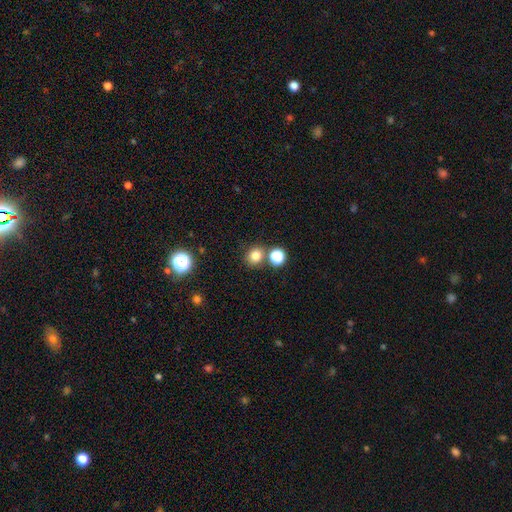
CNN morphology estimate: Q: Smooth or featured?
A: smooth (78%); runner-up: star or artifact (16%)
Q: How rounded?
A: round (83%); runner-up: in between (16%)
Q: Merging?
A: none (74%); runner-up: merger (15%)